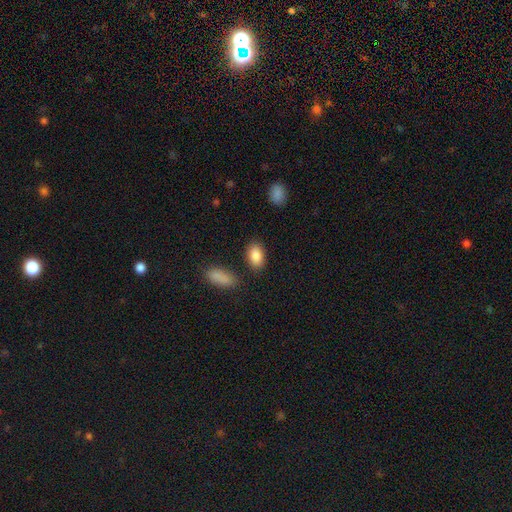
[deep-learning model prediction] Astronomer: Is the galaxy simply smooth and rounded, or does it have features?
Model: smooth — 87%.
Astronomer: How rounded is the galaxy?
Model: in between — 90%.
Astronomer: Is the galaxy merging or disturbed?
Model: none — 82%.